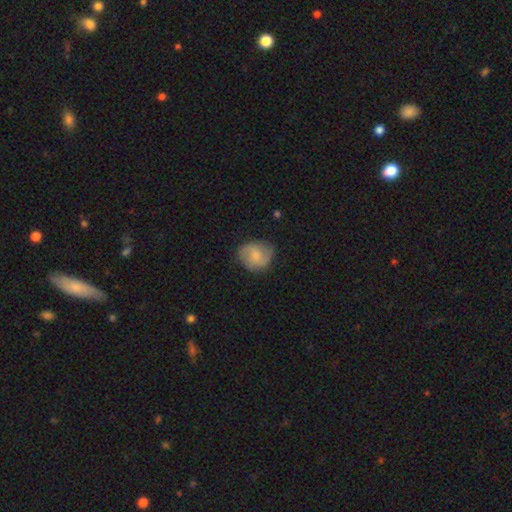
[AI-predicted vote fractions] Smooth or featured: smooth — 55% (featured or disk — 38%)
How rounded: round — 67% (in between — 31%)
Merging: none — 72% (minor disturbance — 20%)